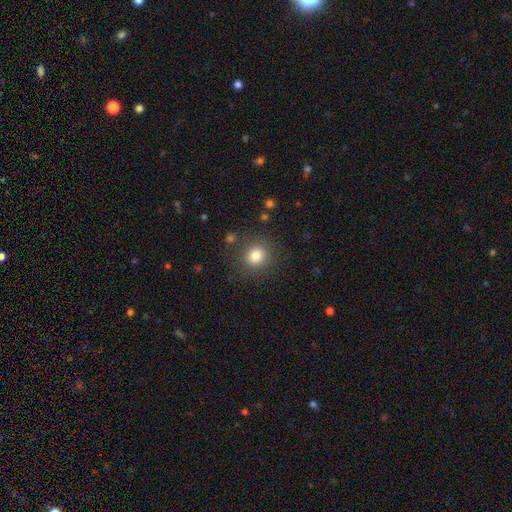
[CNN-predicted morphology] Q: Smooth or featured?
A: smooth (81%); runner-up: star or artifact (12%)
Q: How rounded?
A: round (88%); runner-up: in between (11%)
Q: Merging?
A: none (86%); runner-up: minor disturbance (8%)